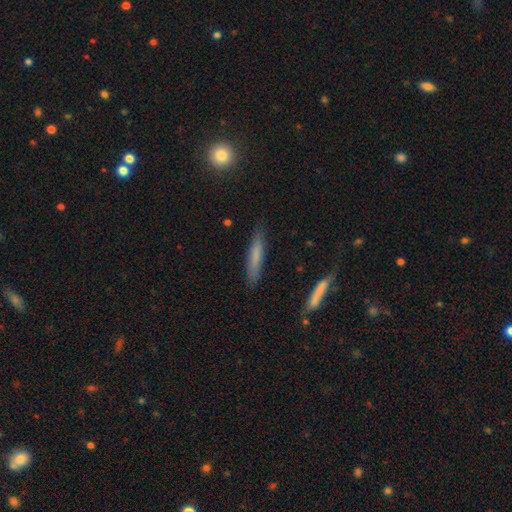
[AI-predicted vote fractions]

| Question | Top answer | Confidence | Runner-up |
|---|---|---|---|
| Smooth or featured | smooth | 70% | featured or disk (23%) |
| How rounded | cigar-shaped | 89% | in between (9%) |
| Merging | none | 84% | minor disturbance (12%) |